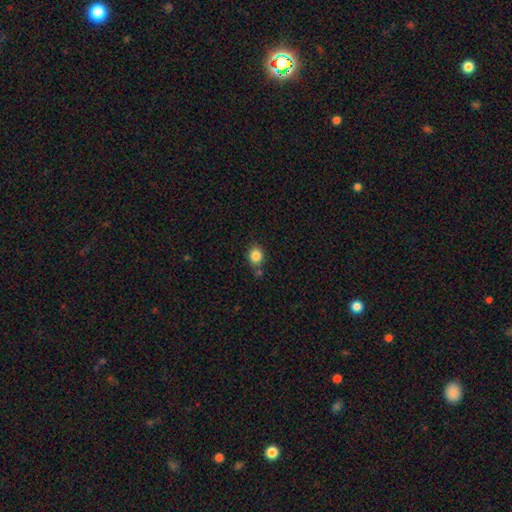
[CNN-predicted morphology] Overall: smooth (84%). How rounded: round (72%). Merging: none (68%).